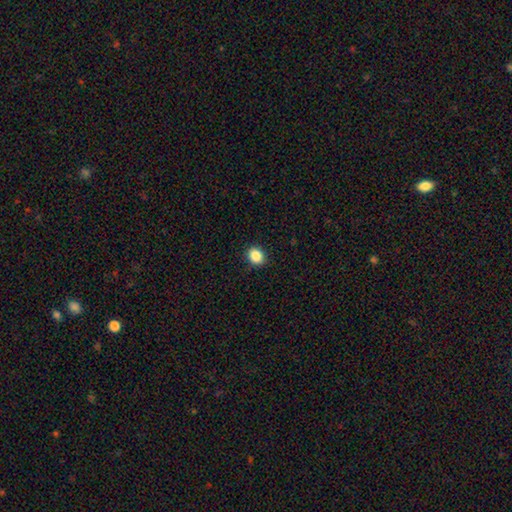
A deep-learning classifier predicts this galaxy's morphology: This is clearly a smooth galaxy (87%). How rounded: likely round (62%). Merging: clearly none (91%).